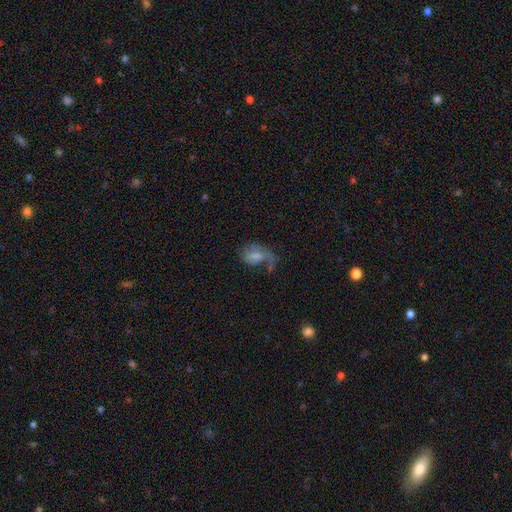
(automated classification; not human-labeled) A featured or disk galaxy (51%).

Vote fractions:
- Smooth or featured? featured or disk: 51% / smooth: 40% / star or artifact: 9%
- Edge-on disk? no: 97% / yes: 3%
- Merging? major disturbance: 46% / none: 29% / minor disturbance: 21% / merger: 5%